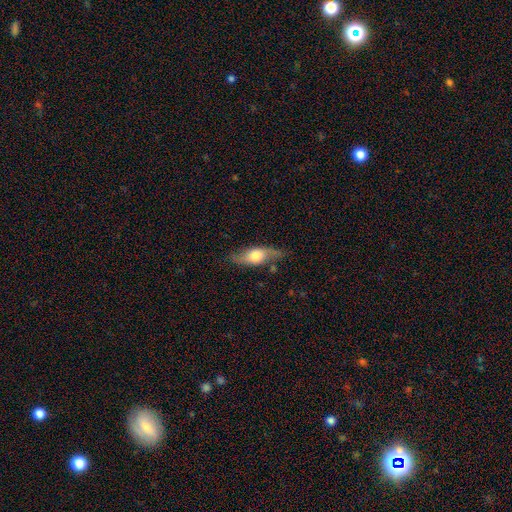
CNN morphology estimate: Smooth or featured? smooth (53%)
How rounded? in between (69%)
Merging? none (69%)